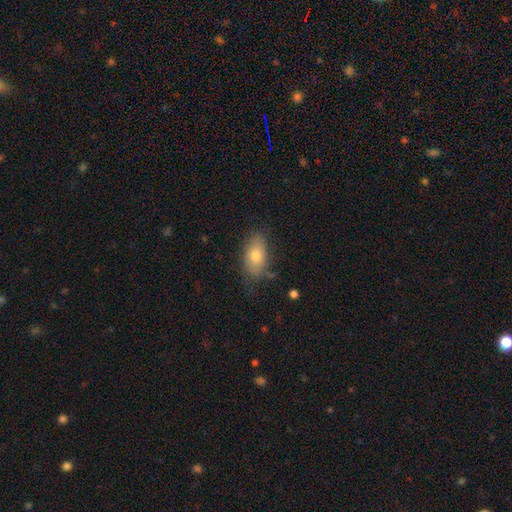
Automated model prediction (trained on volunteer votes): This appears to be a smooth galaxy with no disk features (74%) that is in between round and cigar-shaped (88%). Merging: none (73%).